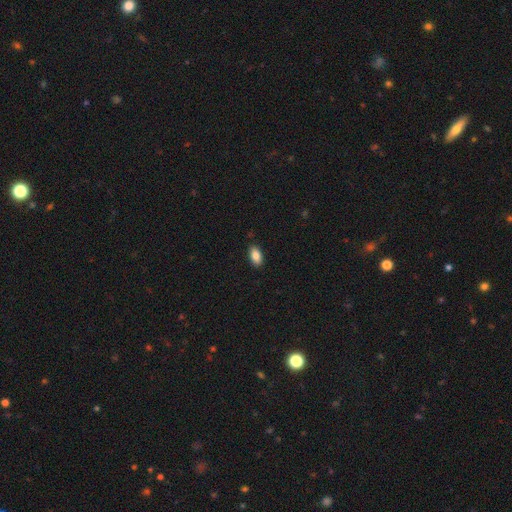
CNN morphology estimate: The model was most divided on "smooth or featured": smooth: 86%, star or artifact: 7%, featured or disk: 7%. More confident: how rounded — in between (92%); merging — none (89%).